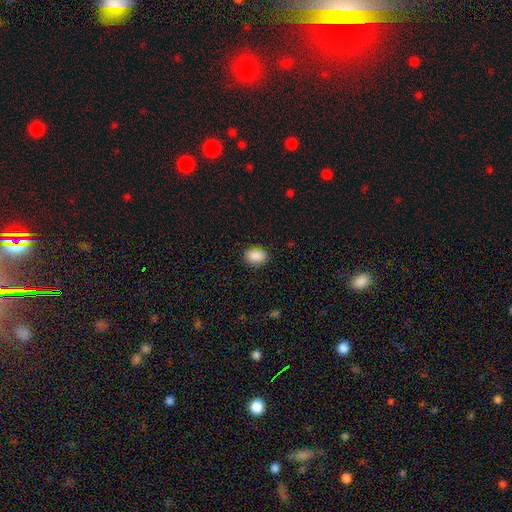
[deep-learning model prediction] smooth-or-featured: smooth: 90% | star or artifact: 7% | featured or disk: 3%
  how-rounded: in between: 75% | round: 24% | cigar-shaped: 1%
  merging: none: 88% | minor disturbance: 9% | major disturbance: 2% | merger: 1%